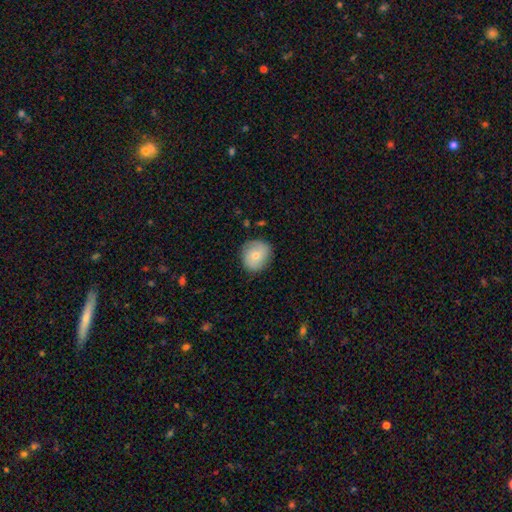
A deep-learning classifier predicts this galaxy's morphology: Overall: smooth (71%). How rounded: round (82%). Merging: none (81%).